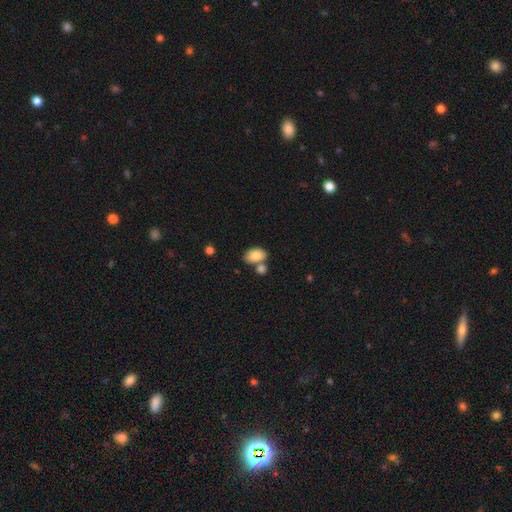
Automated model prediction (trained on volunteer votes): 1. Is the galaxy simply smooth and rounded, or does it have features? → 84% smooth, 9% featured or disk, 7% star or artifact.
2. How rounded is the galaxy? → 89% in between, 10% round, 1% cigar-shaped.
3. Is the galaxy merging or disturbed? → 51% none, 32% merger, 13% minor disturbance, 4% major disturbance.